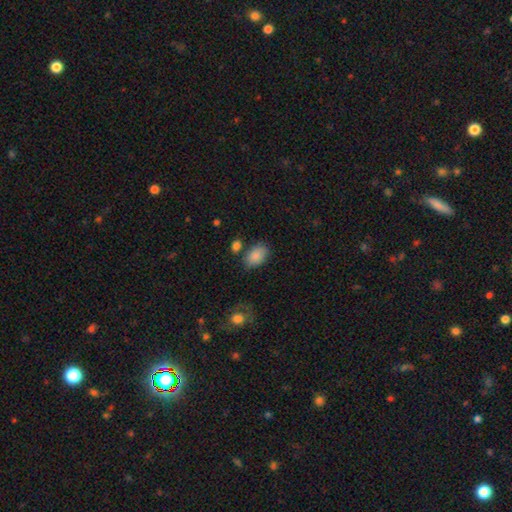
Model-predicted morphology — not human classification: smooth 87%, star or artifact 8%, featured or disk 6%. Down the decision tree: how rounded — in between (89%); merging — none (70%).